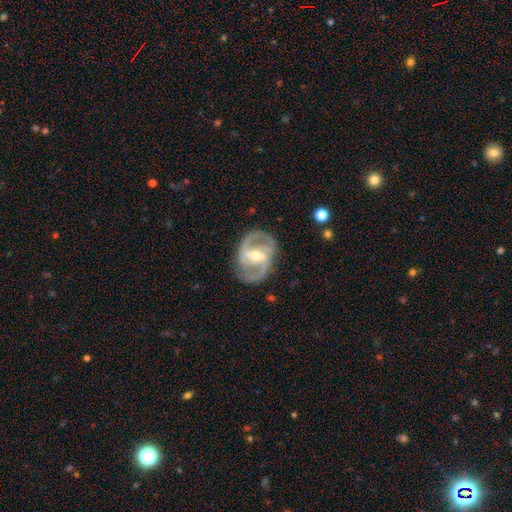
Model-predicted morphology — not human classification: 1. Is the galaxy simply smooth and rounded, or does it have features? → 91% featured or disk, 5% smooth, 4% star or artifact.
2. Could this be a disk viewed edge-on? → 97% no, 3% yes.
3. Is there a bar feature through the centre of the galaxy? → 48% strong, 39% weak, 13% no.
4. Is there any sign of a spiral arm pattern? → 97% yes, 3% no.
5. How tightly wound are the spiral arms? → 60% medium, 26% tight, 15% loose.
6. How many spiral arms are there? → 87% 2, 6% 3, 3% can't tell, 1% 1, 1% 4, 1% more than 4.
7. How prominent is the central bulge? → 54% moderate, 42% small, 2% large, 1% none, 1% dominant.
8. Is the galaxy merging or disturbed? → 81% none, 13% minor disturbance, 5% major disturbance, 1% merger.